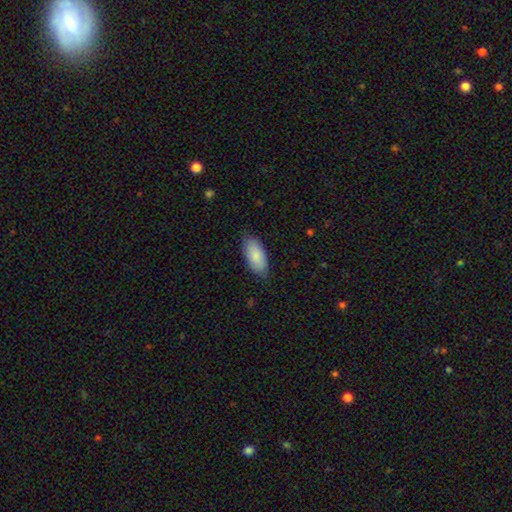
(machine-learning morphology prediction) This appears to be a smooth galaxy with no disk features (86%) that is in between round and cigar-shaped (90%). Merging: none (79%).